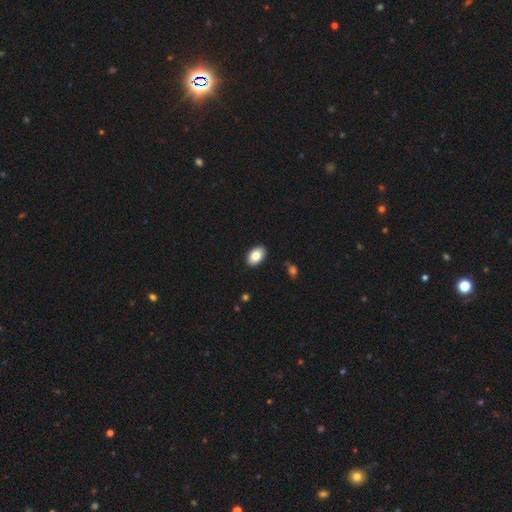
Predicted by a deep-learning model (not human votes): This is clearly a smooth galaxy (85%). How rounded: clearly in between (92%). Merging: clearly none (90%).